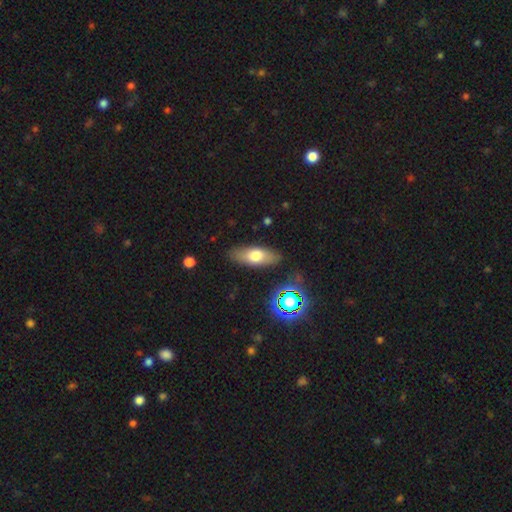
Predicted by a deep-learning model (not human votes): smooth_or_featured: smooth (p=0.66) [alt: featured or disk p=0.26]
how_rounded: in between (p=0.72) [alt: cigar-shaped p=0.24]
merging: none (p=0.84) [alt: minor disturbance p=0.11]